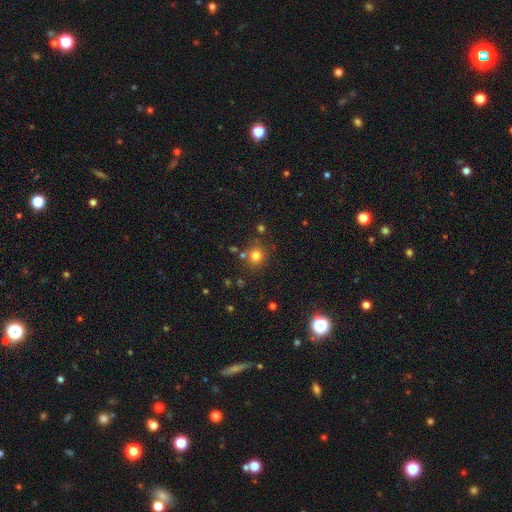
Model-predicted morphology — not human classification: This is likely a smooth galaxy (77%). How rounded: clearly round (87%). Merging: likely none (78%).